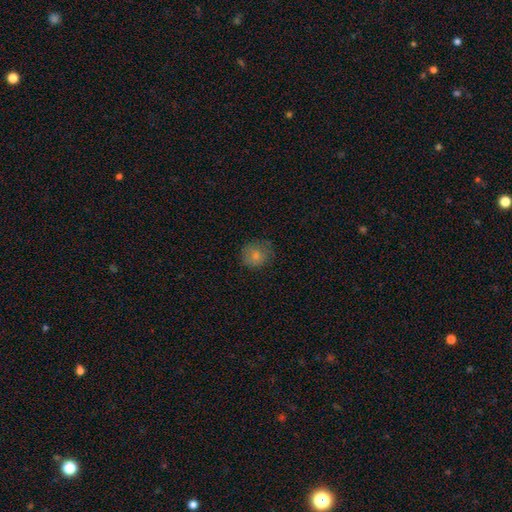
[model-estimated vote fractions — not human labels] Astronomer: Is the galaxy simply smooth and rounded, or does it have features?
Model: smooth — 79%.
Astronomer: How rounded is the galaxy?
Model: round — 84%.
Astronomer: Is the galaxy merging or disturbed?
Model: none — 72%.